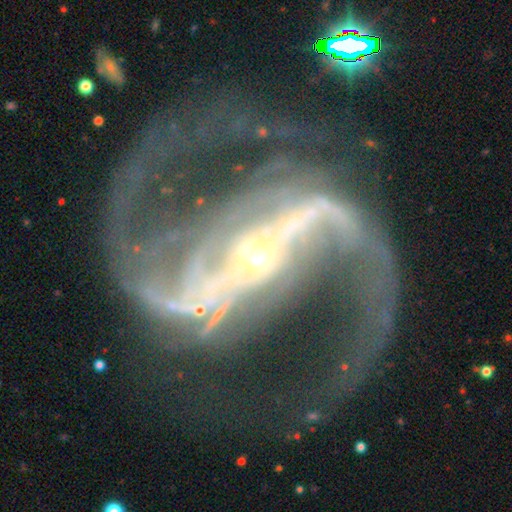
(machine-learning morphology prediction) smooth-or-featured: featured or disk: 93% | star or artifact: 5% | smooth: 2%
  disk-edge-on: no: 97% | yes: 3%
    bar: strong: 73% | weak: 18% | no: 9%
    has-spiral-arms: yes: 98% | no: 2%
      spiral-winding: medium: 49% | loose: 41% | tight: 11%
      spiral-arm-count: 2: 92% | 3: 2% | can't tell: 2% | 1: 1% | 4: 1% | more than 4: 1%
    bulge-size: small: 83% | moderate: 12% | large: 2% | none: 2% | dominant: 1%
  merging: none: 69% | major disturbance: 14% | minor disturbance: 13% | merger: 3%